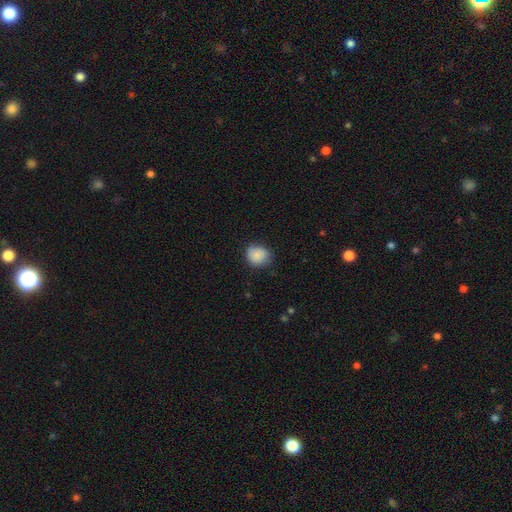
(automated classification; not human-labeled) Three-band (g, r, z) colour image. It shows a smooth galaxy with no disk features (86%) that is round (71%). Merging: none (73%).